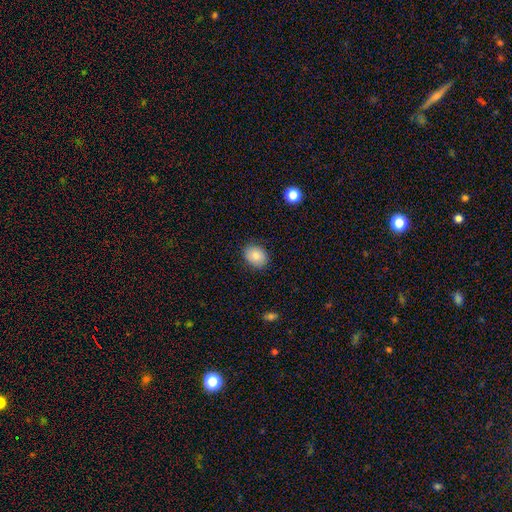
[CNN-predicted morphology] Smooth or featured: smooth — 84% (star or artifact — 8%)
How rounded: in between — 52% (round — 47%)
Merging: none — 86% (minor disturbance — 10%)